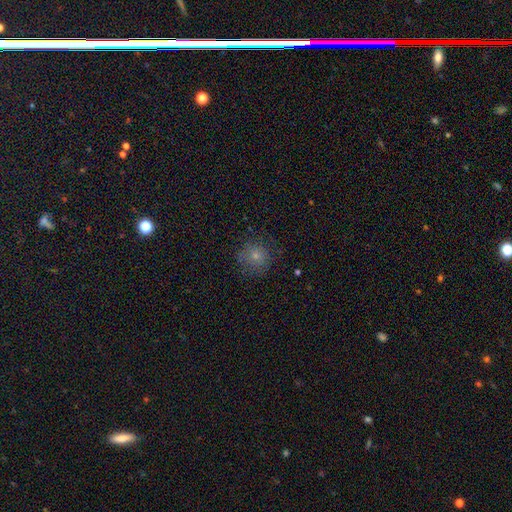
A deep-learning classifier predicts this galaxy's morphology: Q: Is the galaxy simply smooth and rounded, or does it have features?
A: smooth — 75%.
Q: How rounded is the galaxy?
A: round — 91%.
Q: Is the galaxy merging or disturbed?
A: none — 77%.